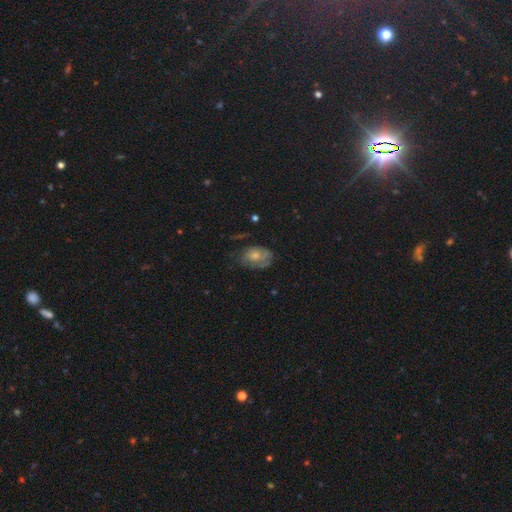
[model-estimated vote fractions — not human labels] A smooth galaxy with no disk features (47%).

Vote fractions:
- Smooth or featured? smooth: 47% / featured or disk: 44% / star or artifact: 9%
- Merging? none: 53% / minor disturbance: 29% / major disturbance: 16% / merger: 2%